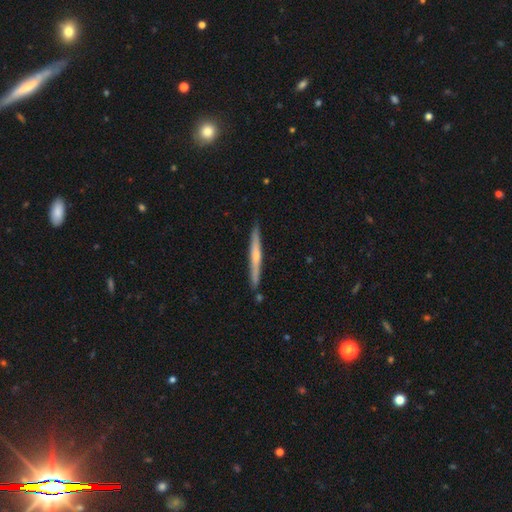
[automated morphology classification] A featured or disk galaxy (54%) viewed edge-on (97%) with a rounded central bulge (53%). Merging: none (88%).